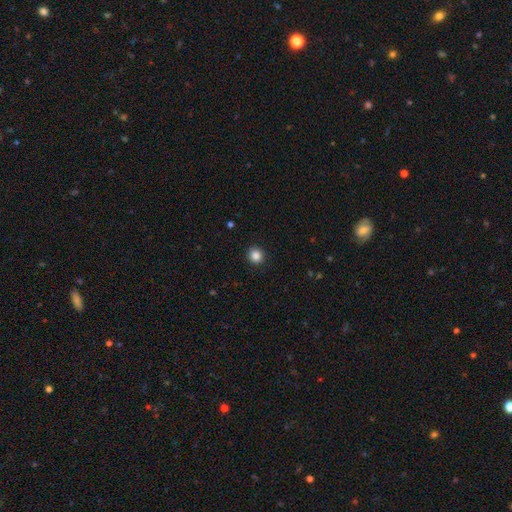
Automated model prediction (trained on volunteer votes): smooth 86%, star or artifact 10%, featured or disk 4%. Down the decision tree: how rounded — round (89%); merging — none (92%).